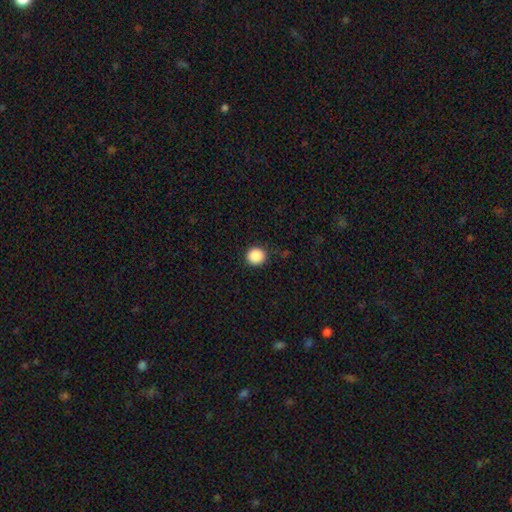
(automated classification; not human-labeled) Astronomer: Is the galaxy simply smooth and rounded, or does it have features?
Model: smooth — 88%.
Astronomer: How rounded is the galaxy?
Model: round — 92%.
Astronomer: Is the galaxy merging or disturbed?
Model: none — 90%.